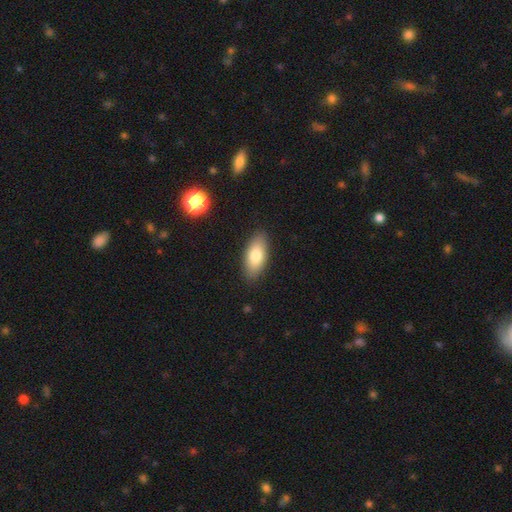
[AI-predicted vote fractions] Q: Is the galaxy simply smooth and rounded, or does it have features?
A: smooth — 79%.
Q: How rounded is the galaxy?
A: in between — 88%.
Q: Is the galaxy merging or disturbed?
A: none — 88%.